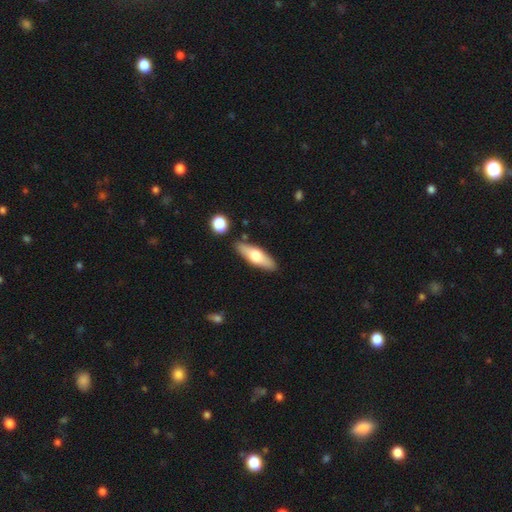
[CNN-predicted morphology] Smooth or featured?
  - smooth: 59% *
  - featured or disk: 36%
  - star or artifact: 6%
How rounded?
  - in between: 51% *
  - cigar-shaped: 47%
  - round: 2%
Merging?
  - none: 84% *
  - minor disturbance: 10%
  - merger: 4%
  - major disturbance: 2%